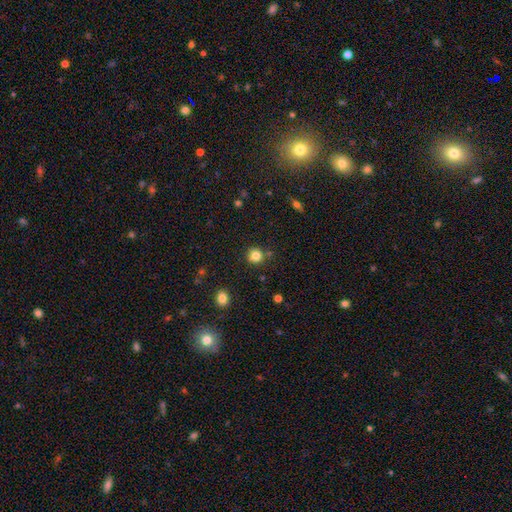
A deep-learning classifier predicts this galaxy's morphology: A smooth galaxy with no disk features (82%) that is round (91%).

Vote fractions:
- Smooth or featured? smooth: 82% / star or artifact: 13% / featured or disk: 6%
- How rounded? round: 91% / in between: 8% / cigar-shaped: 1%
- Merging? none: 84% / minor disturbance: 9% / merger: 5% / major disturbance: 2%